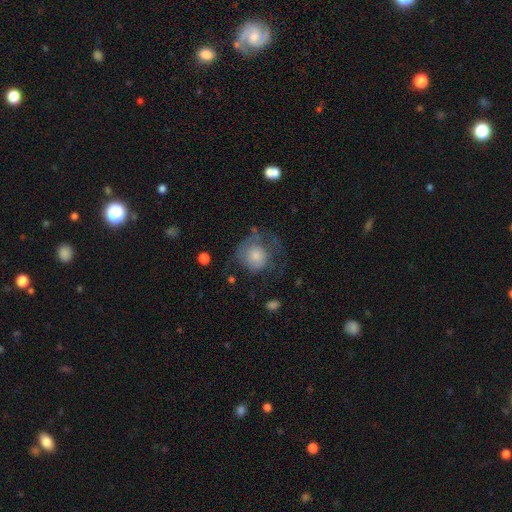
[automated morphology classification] Overall: smooth (64%; featured or disk 28%). How rounded: round (82%). Merging: major disturbance (39%; none 34%).